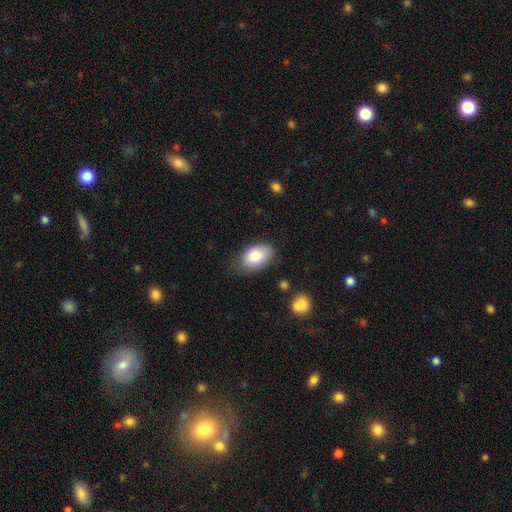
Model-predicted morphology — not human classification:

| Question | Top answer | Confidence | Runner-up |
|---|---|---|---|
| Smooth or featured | smooth | 82% | featured or disk (11%) |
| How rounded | in between | 92% | round (7%) |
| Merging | none | 74% | minor disturbance (20%) |